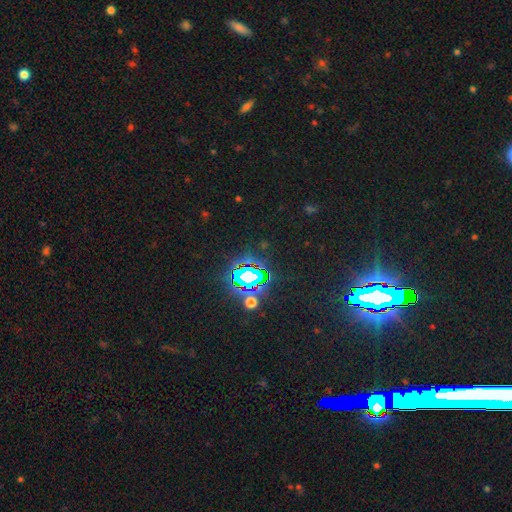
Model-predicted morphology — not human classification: Q: Smooth or featured?
A: star or artifact (83%); runner-up: smooth (10%)